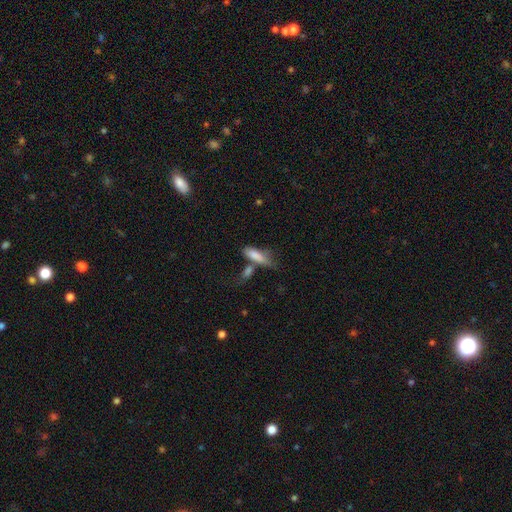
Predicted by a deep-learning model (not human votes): Smooth or featured? smooth (79%)
How rounded? cigar-shaped (49%)
Merging? none (38%)